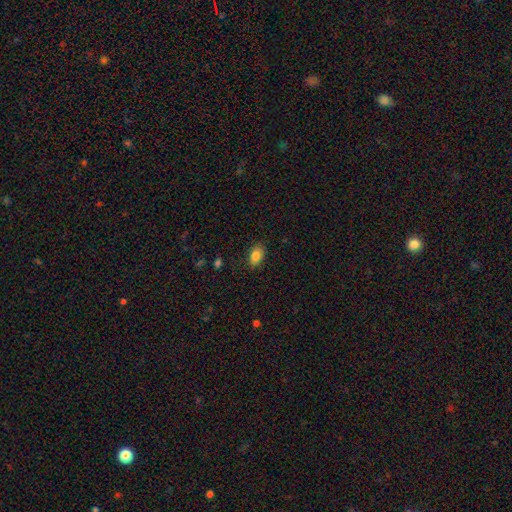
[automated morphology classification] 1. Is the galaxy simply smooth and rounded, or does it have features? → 85% smooth, 9% star or artifact, 6% featured or disk.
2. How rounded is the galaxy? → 87% in between, 12% round, 2% cigar-shaped.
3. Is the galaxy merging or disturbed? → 85% none, 11% minor disturbance, 3% major disturbance, 1% merger.